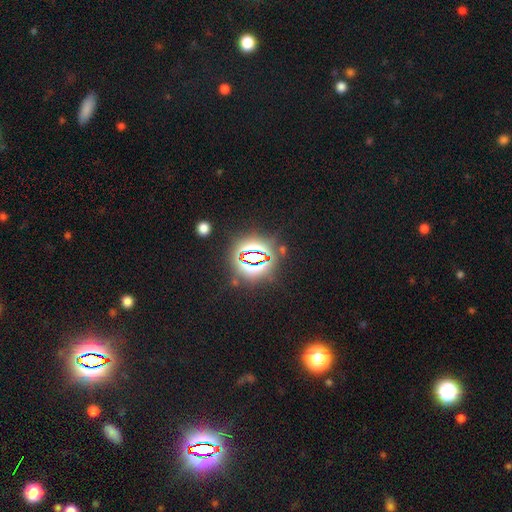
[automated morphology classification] Q: Smooth or featured?
A: star or artifact (79%); runner-up: smooth (13%)